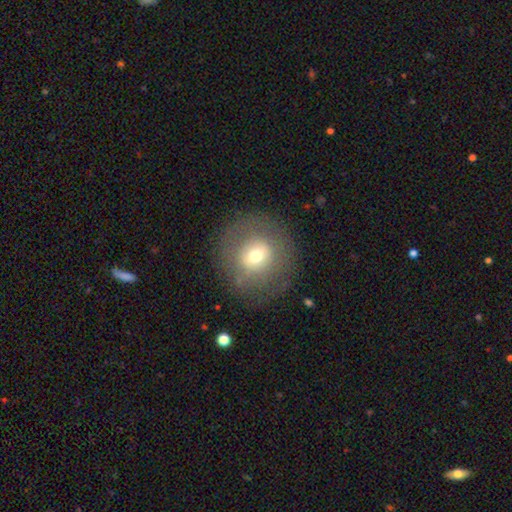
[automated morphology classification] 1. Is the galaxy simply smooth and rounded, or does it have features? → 58% smooth, 31% featured or disk, 11% star or artifact.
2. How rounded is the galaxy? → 89% round, 10% in between, 1% cigar-shaped.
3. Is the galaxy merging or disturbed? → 80% none, 11% minor disturbance, 7% major disturbance, 1% merger.